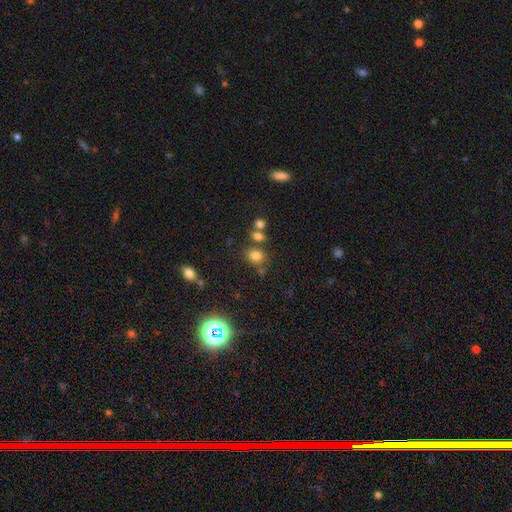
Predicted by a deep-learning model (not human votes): Overall: smooth (77%). How rounded: round (50%; in between 48%). Merging: none (66%).